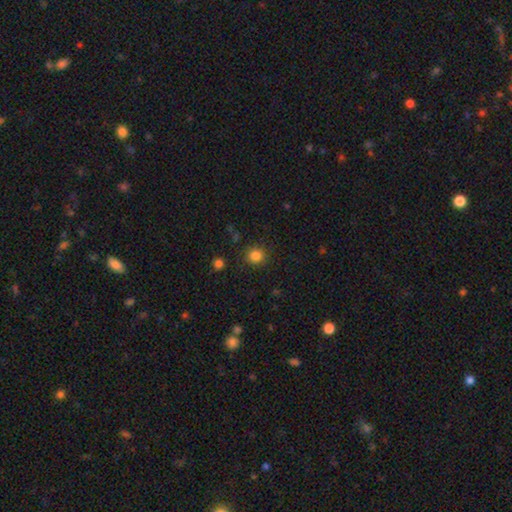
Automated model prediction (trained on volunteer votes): This is clearly a smooth galaxy (84%). How rounded: clearly round (91%). Merging: clearly none (89%).